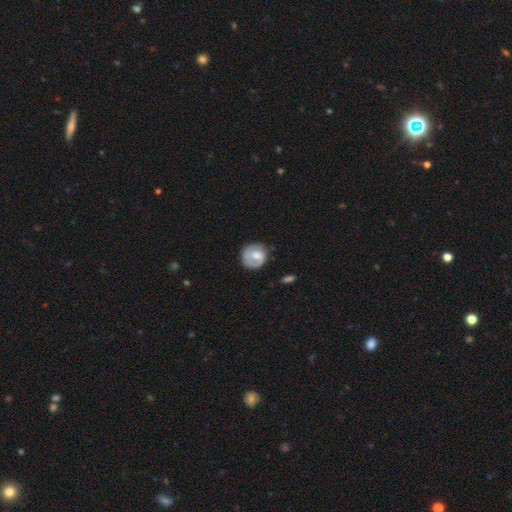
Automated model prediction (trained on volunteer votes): A featured or disk galaxy (49%). Merging: none (67%).